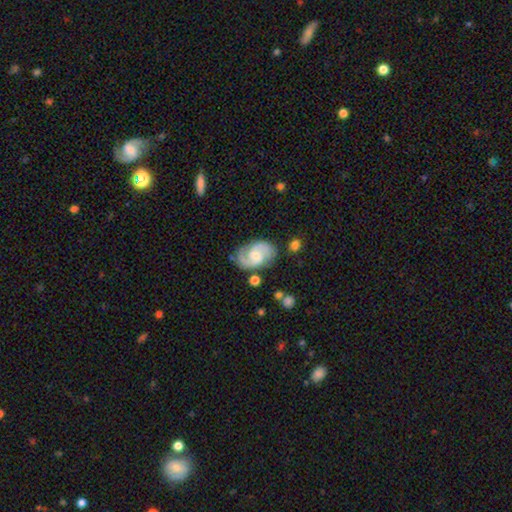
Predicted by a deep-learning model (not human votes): smooth-or-featured: featured or disk: 85% | smooth: 10% | star or artifact: 5%
  disk-edge-on: no: 98% | yes: 2%
    bar: no: 48% | weak: 44% | strong: 8%
    has-spiral-arms: yes: 97% | no: 3%
      spiral-winding: medium: 55% | tight: 27% | loose: 18%
      spiral-arm-count: 2: 89% | can't tell: 4% | 3: 2% | 1: 2% | 4: 1% | more than 4: 1%
    bulge-size: small: 52% | moderate: 41% | none: 4% | large: 2% | dominant: 1%
  merging: none: 76% | minor disturbance: 16% | major disturbance: 5% | merger: 3%